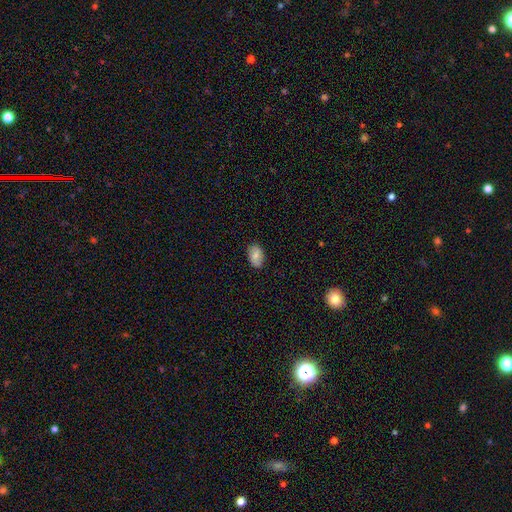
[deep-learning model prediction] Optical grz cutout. It shows a smooth galaxy with no disk features (77%) that is in between round and cigar-shaped (90%). Merging: none (84%).